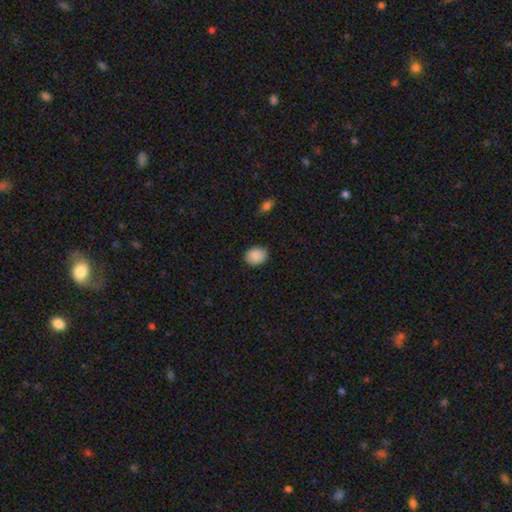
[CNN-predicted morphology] smooth 89%, star or artifact 7%, featured or disk 4%. Down the decision tree: how rounded — in between (56%); merging — none (81%).